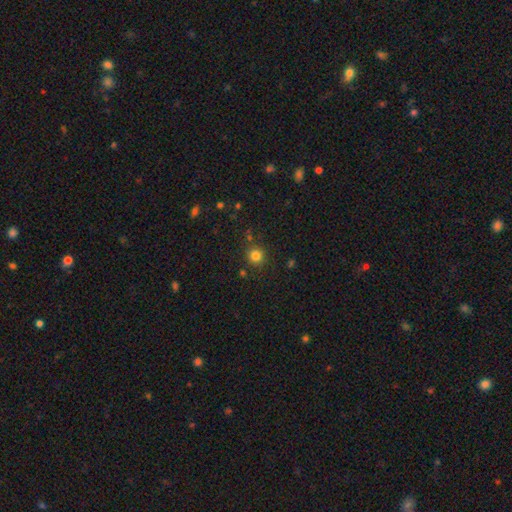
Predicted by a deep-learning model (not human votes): smooth_or_featured: smooth (p=0.81) [alt: star or artifact p=0.14]
how_rounded: round (p=0.92) [alt: in between p=0.07]
merging: none (p=0.85) [alt: minor disturbance p=0.09]